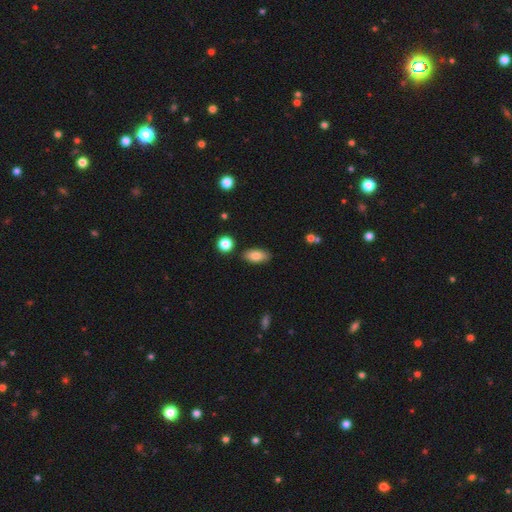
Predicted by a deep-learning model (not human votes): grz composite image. It shows a smooth galaxy with no disk features (83%) that is in between round and cigar-shaped (88%). Merging: none (85%).